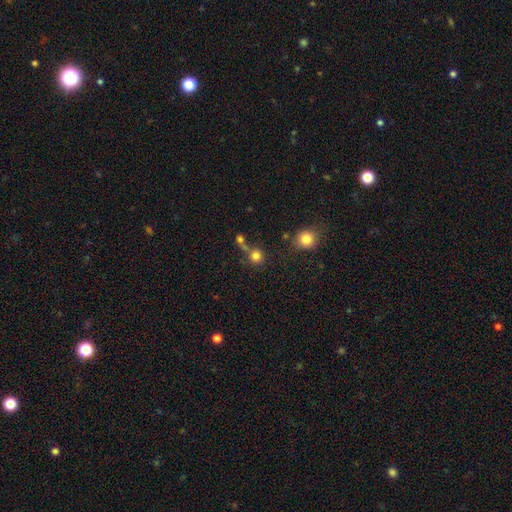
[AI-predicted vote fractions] smooth_or_featured: smooth (p=0.80) [alt: star or artifact p=0.14]
how_rounded: round (p=0.90) [alt: in between p=0.09]
merging: none (p=0.60) [alt: merger p=0.25]